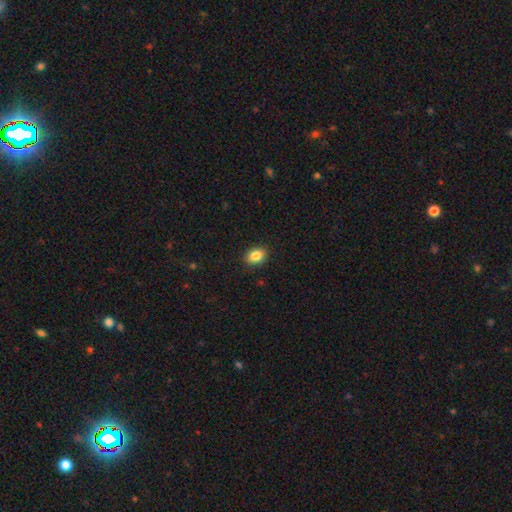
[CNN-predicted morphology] A smooth galaxy with no disk features (85%) that is in between round and cigar-shaped (66%). Merging: none (89%).